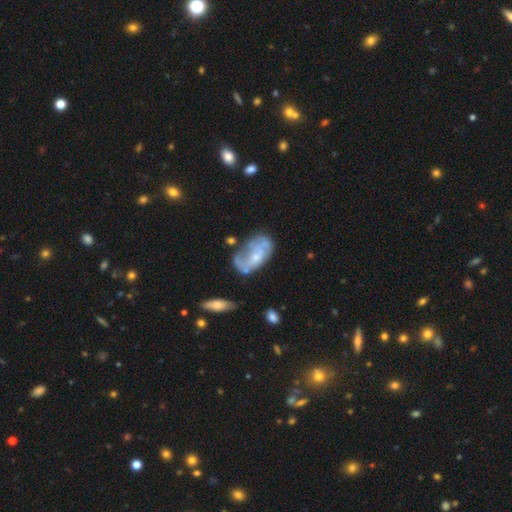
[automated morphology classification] Smooth or featured? featured or disk (62%)
Edge-on disk? no (95%)
Bar? no (73%)
Spiral arms? yes (51%)
Bulge size? small (53%)
Merging? none (40%)